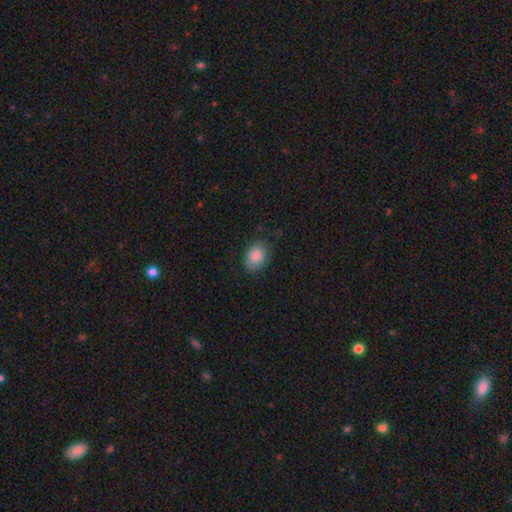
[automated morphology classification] The model was most divided on "merging": none: 70%, minor disturbance: 22%, major disturbance: 7%, merger: 1%. More confident: smooth or featured — smooth (85%); how rounded — in between (75%).